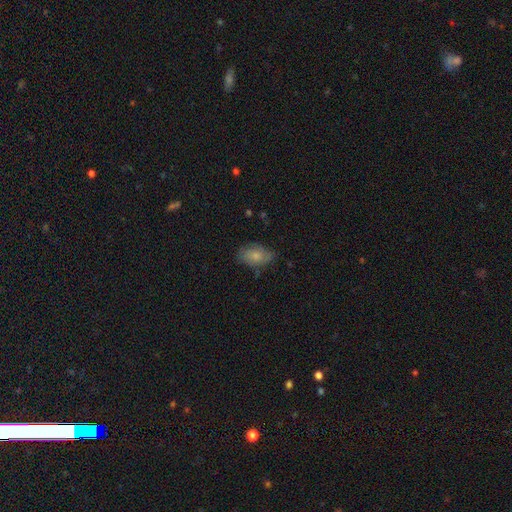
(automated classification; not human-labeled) smooth_or_featured: smooth (p=0.72) [alt: featured or disk p=0.21]
how_rounded: in between (p=0.90) [alt: round p=0.08]
merging: none (p=0.68) [alt: minor disturbance p=0.25]